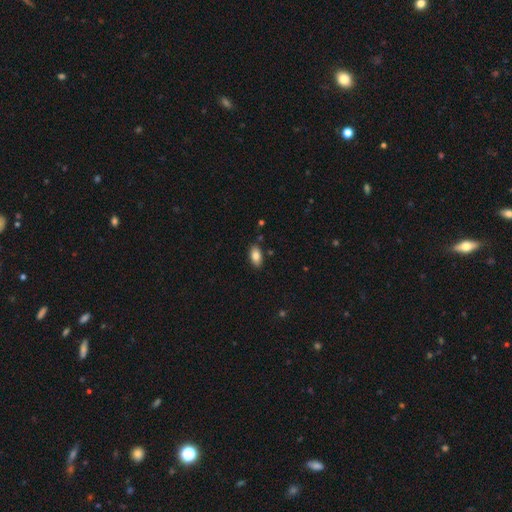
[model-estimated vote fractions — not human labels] smooth_or_featured: smooth (p=0.84) [alt: featured or disk p=0.09]
how_rounded: in between (p=0.93) [alt: cigar-shaped p=0.04]
merging: none (p=0.85) [alt: minor disturbance p=0.10]